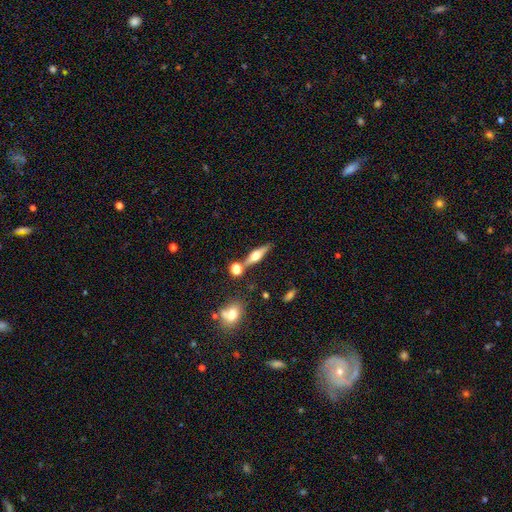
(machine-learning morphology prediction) The model was most divided on "smooth or featured": featured or disk: 60%, smooth: 32%, star or artifact: 8%. More confident: edge-on bulge — rounded (94%); edge-on disk — yes (94%); merging — none (75%).